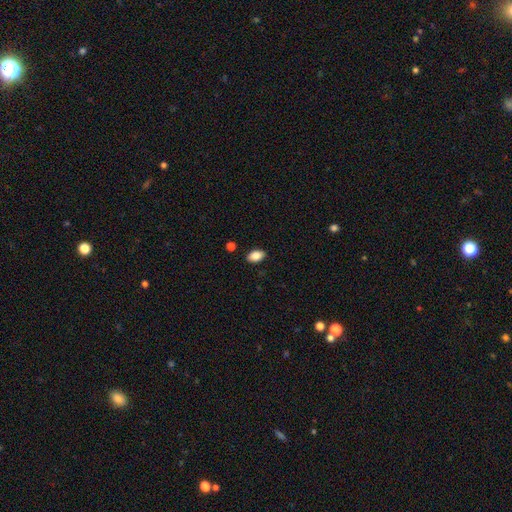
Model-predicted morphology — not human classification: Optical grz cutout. It shows a smooth galaxy with no disk features (87%) that is in between round and cigar-shaped (90%). Merging: none (88%).